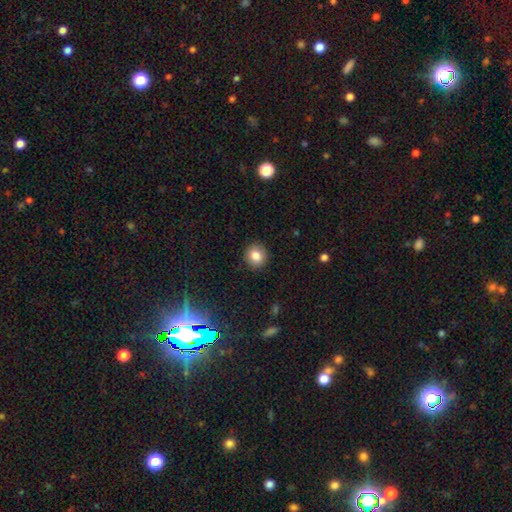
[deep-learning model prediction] A smooth galaxy with no disk features (83%) that is round (88%). Merging: none (91%).